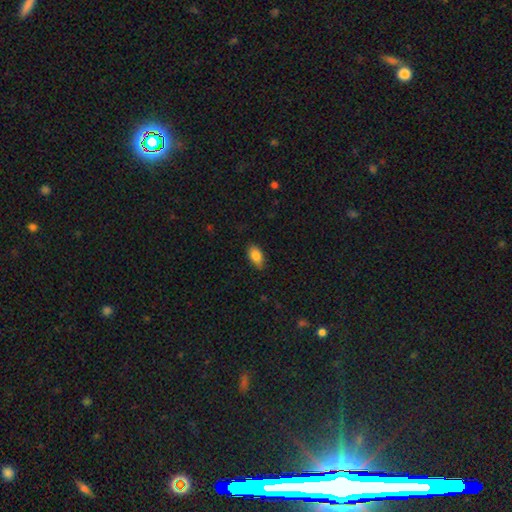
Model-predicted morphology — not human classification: Smooth or featured? Predicted: smooth (p=0.84). How rounded? Predicted: in between (p=0.91). Merging? Predicted: none (p=0.83).